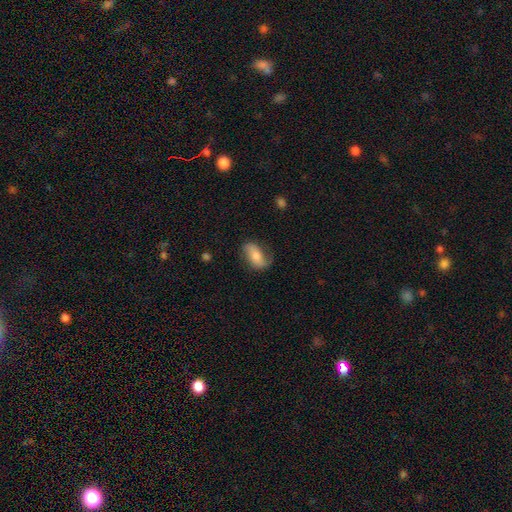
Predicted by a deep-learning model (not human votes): This appears to be a smooth galaxy with no disk features (50%) that is in between round and cigar-shaped (88%). Merging: none (64%).